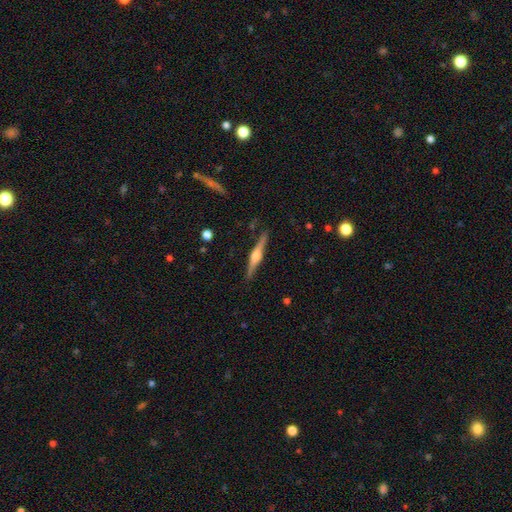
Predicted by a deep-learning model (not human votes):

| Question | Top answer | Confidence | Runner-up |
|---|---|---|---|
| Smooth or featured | featured or disk | 78% | smooth (16%) |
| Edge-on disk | yes | 98% | no (2%) |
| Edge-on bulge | rounded | 88% | boxy (9%) |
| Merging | none | 90% | minor disturbance (7%) |